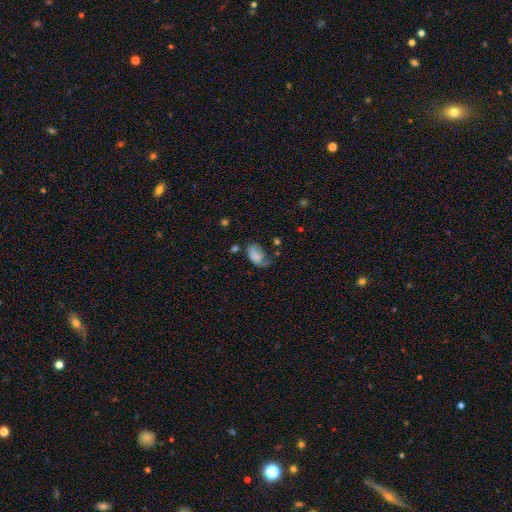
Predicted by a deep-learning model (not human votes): smooth_or_featured: smooth (p=0.73) [alt: featured or disk p=0.18]
how_rounded: in between (p=0.91) [alt: round p=0.08]
merging: minor disturbance (p=0.34) [alt: none p=0.33]